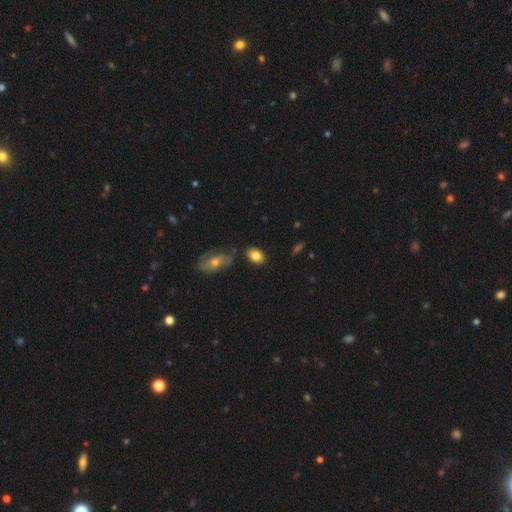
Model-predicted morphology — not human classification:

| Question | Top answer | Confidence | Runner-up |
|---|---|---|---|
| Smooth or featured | smooth | 83% | featured or disk (9%) |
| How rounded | in between | 82% | round (17%) |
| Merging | none | 79% | minor disturbance (12%) |